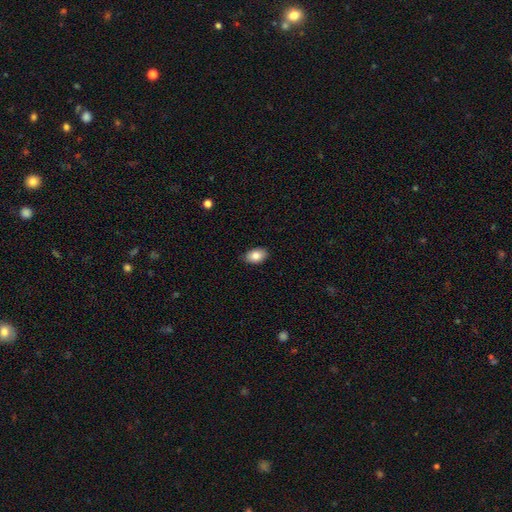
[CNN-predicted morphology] Smooth or featured: smooth — 84% (featured or disk — 8%)
How rounded: in between — 90% (round — 9%)
Merging: none — 87% (minor disturbance — 10%)